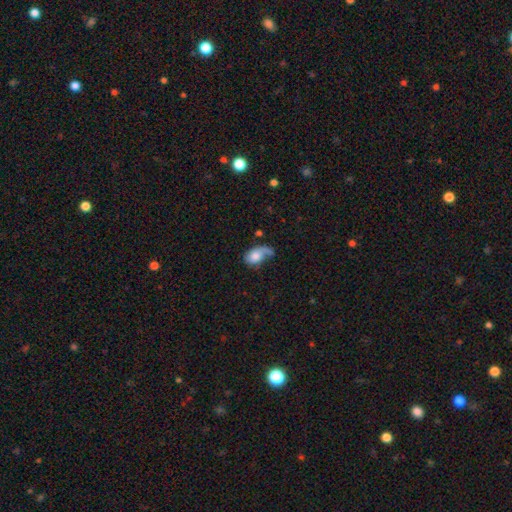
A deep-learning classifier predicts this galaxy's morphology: A smooth galaxy with no disk features (60%) that is in between round and cigar-shaped (81%).

Vote fractions:
- Smooth or featured? smooth: 60% / featured or disk: 32% / star or artifact: 8%
- How rounded? in between: 81% / round: 16% / cigar-shaped: 2%
- Merging? major disturbance: 35% / none: 30% / minor disturbance: 24% / merger: 11%